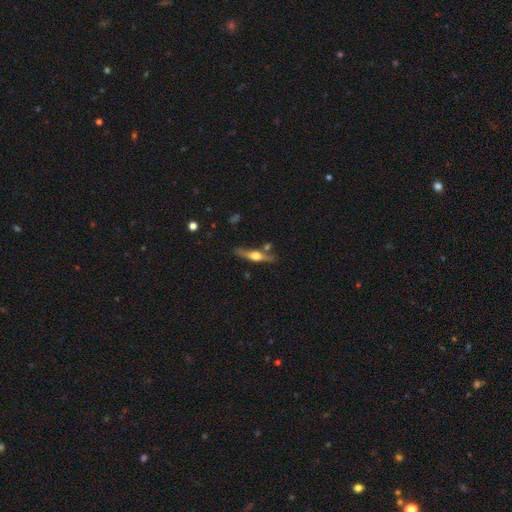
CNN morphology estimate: A featured or disk galaxy (66%) viewed edge-on (95%) with a rounded central bulge (93%). Merging: none (77%).